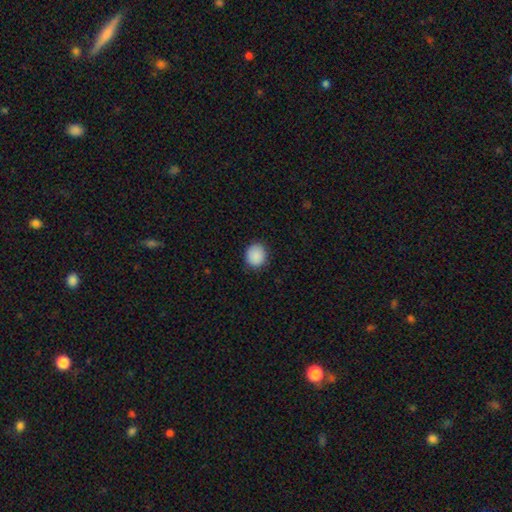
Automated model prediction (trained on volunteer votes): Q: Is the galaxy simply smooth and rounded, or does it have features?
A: smooth — 90%.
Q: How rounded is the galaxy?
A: round — 80%.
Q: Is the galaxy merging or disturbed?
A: none — 88%.